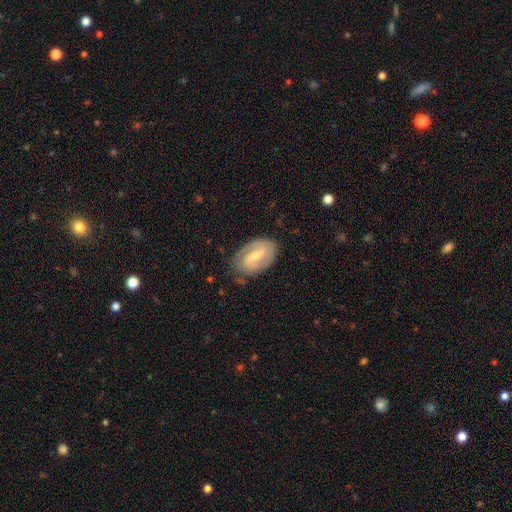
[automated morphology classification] type=featured or disk (76%); edge-on=no (96%); bar=weak (53%); spiral arms=yes (91%); winding=medium (44%); arm count=2 (84%); bulge=small (58%); merging=none (78%).